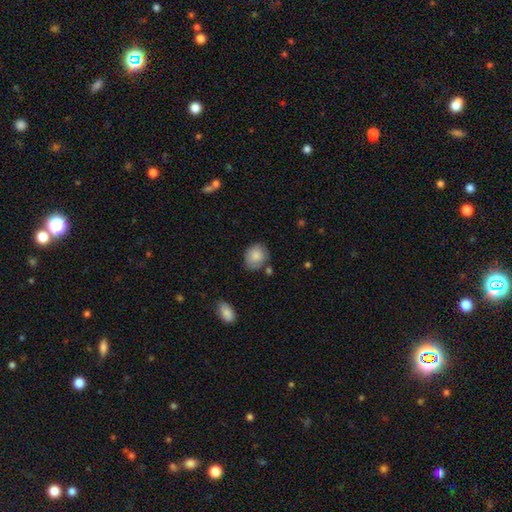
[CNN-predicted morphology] This appears to be a smooth galaxy with no disk features (84%) that is round (67%). Merging: none (69%).